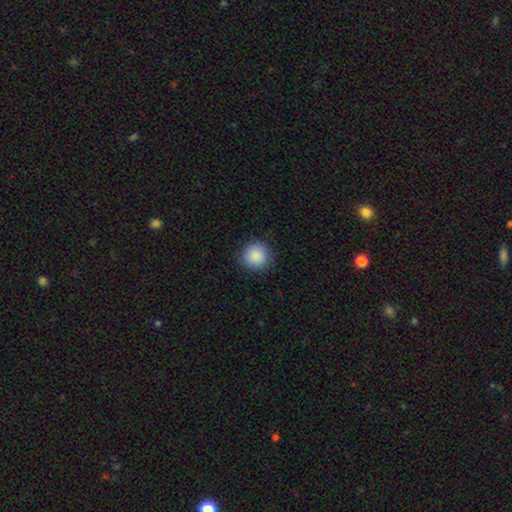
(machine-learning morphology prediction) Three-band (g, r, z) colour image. It shows a smooth galaxy with no disk features (88%) that is round (94%). Merging: none (90%).